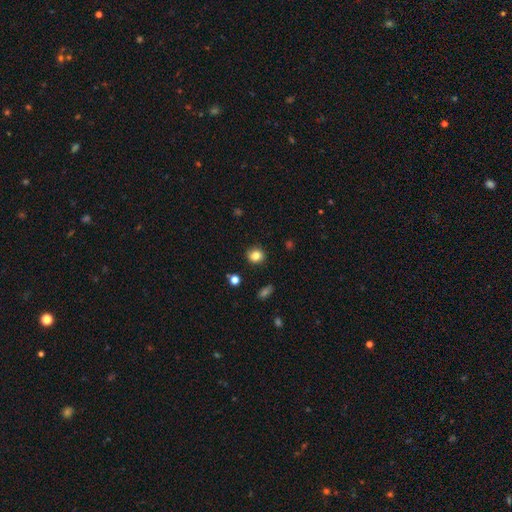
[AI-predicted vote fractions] A smooth galaxy with no disk features (83%) that is round (70%). Merging: none (85%).